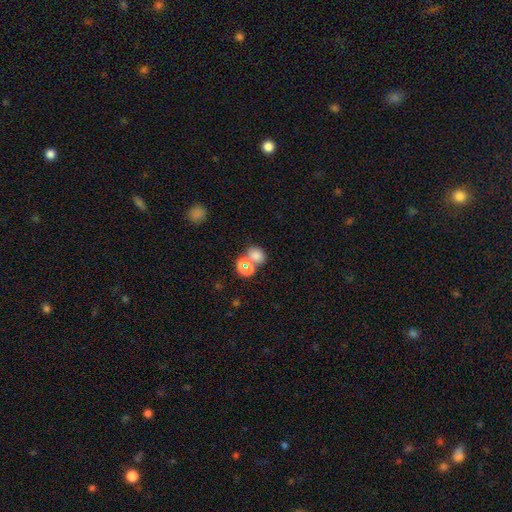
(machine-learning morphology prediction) smooth-or-featured: smooth: 70% | star or artifact: 21% | featured or disk: 9%
  how-rounded: round: 52% | in between: 47% | cigar-shaped: 1%
  merging: none: 47% | merger: 39% | minor disturbance: 9% | major disturbance: 5%